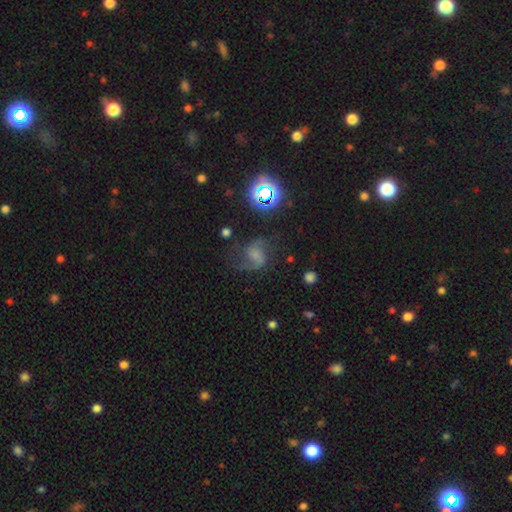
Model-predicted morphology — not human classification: smooth-or-featured: featured or disk: 65% | star or artifact: 18% | smooth: 17%
  disk-edge-on: no: 97% | yes: 3%
    bar: no: 46% | weak: 40% | strong: 14%
    has-spiral-arms: yes: 93% | no: 7%
      spiral-winding: loose: 52% | medium: 40% | tight: 9%
      spiral-arm-count: 2: 84% | 1: 7% | can't tell: 5% | 3: 2% | 4: 1% | more than 4: 1%
    bulge-size: small: 36% | none: 30% | moderate: 25% | large: 7% | dominant: 2%
  merging: none: 59% | minor disturbance: 20% | major disturbance: 18% | merger: 3%